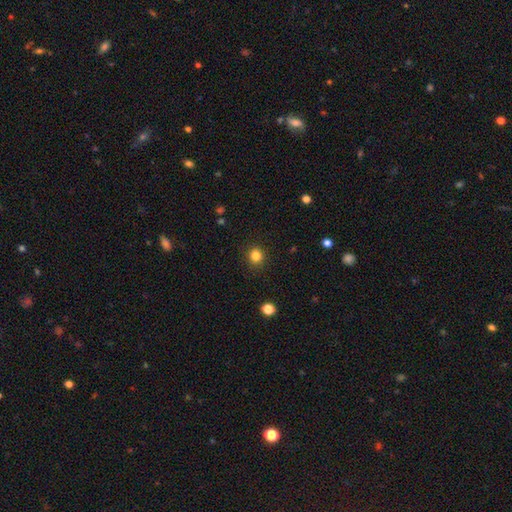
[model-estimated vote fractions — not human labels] Morphology: type=smooth (84%); roundness=round (88%); merging=none (91%).